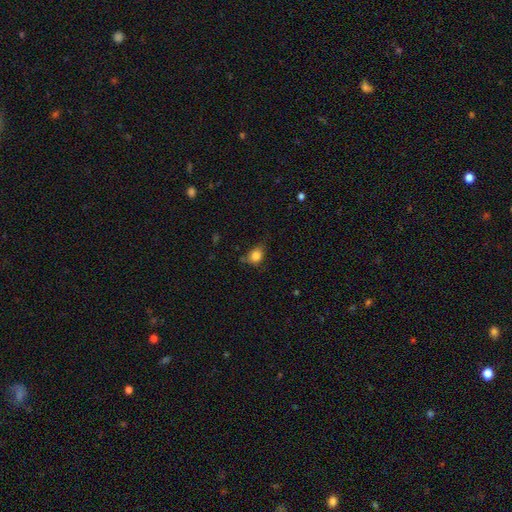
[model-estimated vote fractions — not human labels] A smooth galaxy with no disk features (83%) that is round (50%). Merging: none (50%).